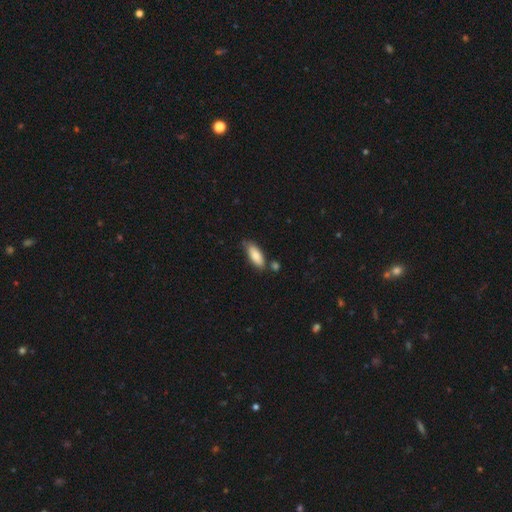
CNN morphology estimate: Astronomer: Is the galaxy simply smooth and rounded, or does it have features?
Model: smooth — 83%.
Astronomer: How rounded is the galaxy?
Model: in between — 74%.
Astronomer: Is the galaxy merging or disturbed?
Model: none — 70%.